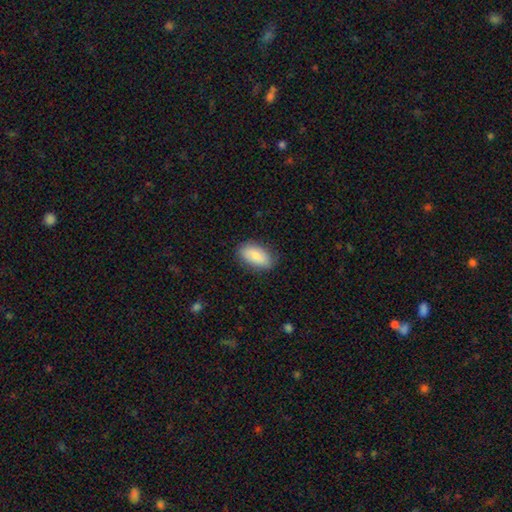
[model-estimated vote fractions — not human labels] A smooth galaxy with no disk features (81%) that is in between round and cigar-shaped (92%).

Vote fractions:
- Smooth or featured? smooth: 81% / featured or disk: 12% / star or artifact: 6%
- How rounded? in between: 92% / cigar-shaped: 4% / round: 4%
- Merging? none: 83% / minor disturbance: 13% / major disturbance: 3% / merger: 1%